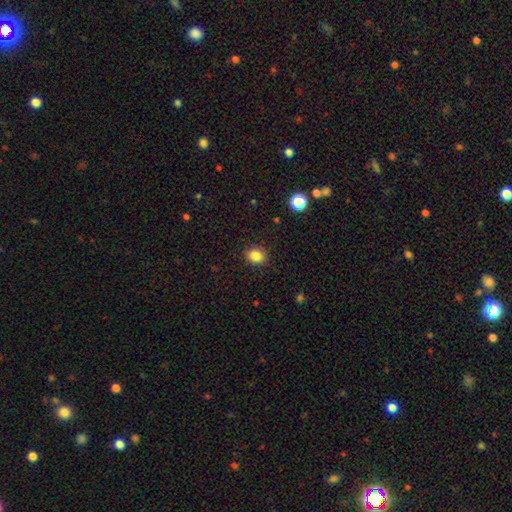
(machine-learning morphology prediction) This is clearly a smooth galaxy (85%). How rounded: likely round (61%). Merging: clearly none (89%).